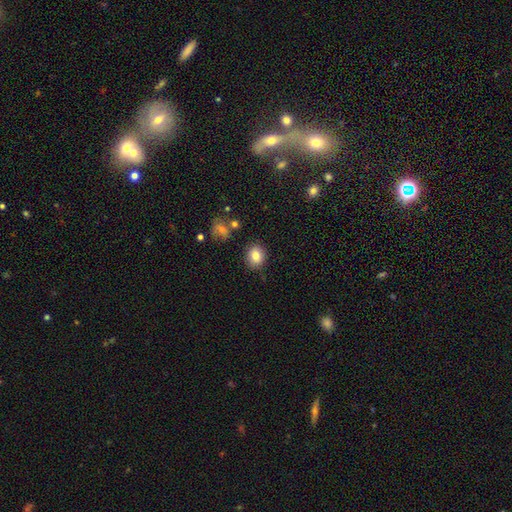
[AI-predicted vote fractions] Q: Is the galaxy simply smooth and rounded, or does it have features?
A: smooth — 82%.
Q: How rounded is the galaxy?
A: round — 61%.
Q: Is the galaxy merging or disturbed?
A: none — 86%.